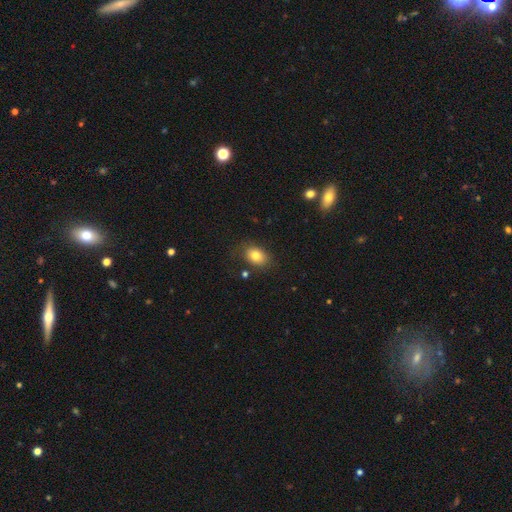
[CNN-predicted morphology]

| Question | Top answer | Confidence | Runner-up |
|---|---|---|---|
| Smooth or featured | smooth | 80% | featured or disk (10%) |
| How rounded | in between | 72% | round (27%) |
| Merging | none | 80% | minor disturbance (13%) |